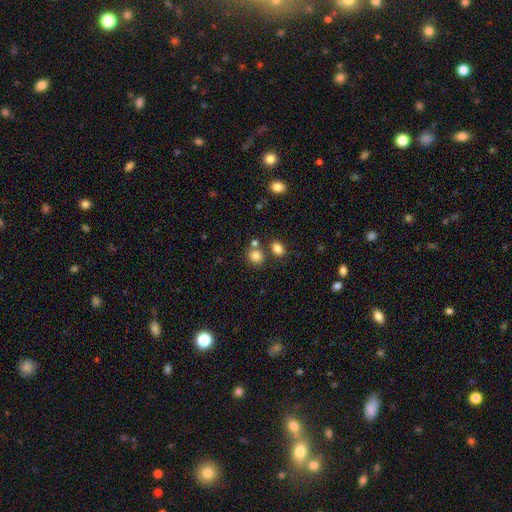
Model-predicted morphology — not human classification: smooth-or-featured: smooth: 81% | star or artifact: 13% | featured or disk: 7%
  how-rounded: round: 80% | in between: 19% | cigar-shaped: 1%
  merging: none: 67% | merger: 20% | minor disturbance: 9% | major disturbance: 3%